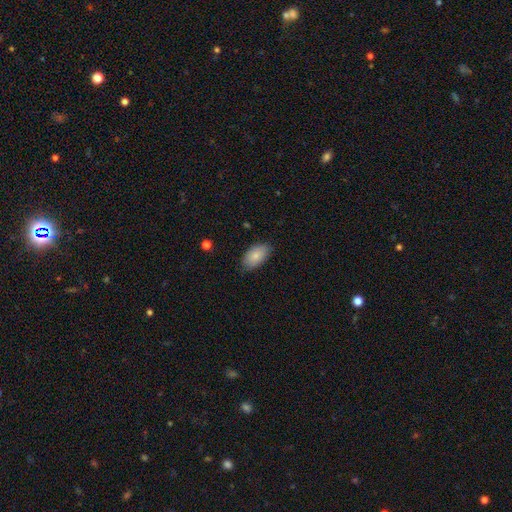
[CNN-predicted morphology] Overall: smooth (83%). How rounded: in between (94%). Merging: none (80%).